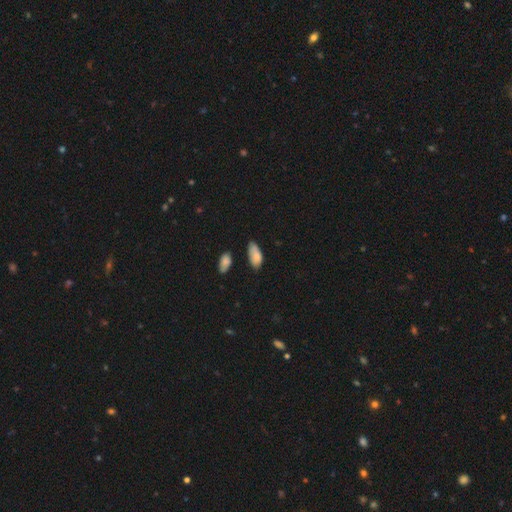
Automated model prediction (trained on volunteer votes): Q: Smooth or featured?
A: smooth (83%); runner-up: featured or disk (10%)
Q: How rounded?
A: in between (90%); runner-up: cigar-shaped (7%)
Q: Merging?
A: none (53%); runner-up: minor disturbance (35%)